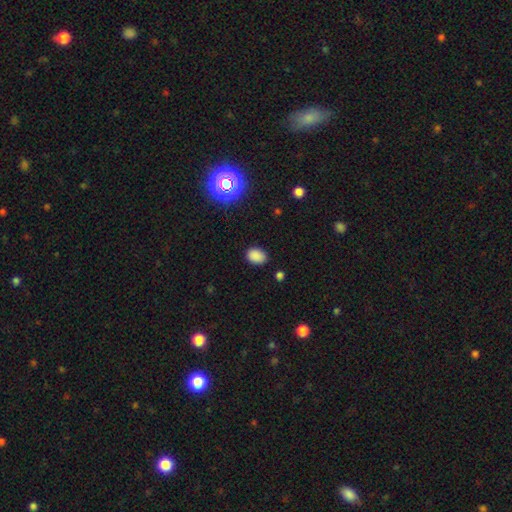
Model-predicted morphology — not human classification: A smooth galaxy with no disk features (85%) that is in between round and cigar-shaped (75%).

Vote fractions:
- Smooth or featured? smooth: 85% / star or artifact: 12% / featured or disk: 4%
- How rounded? in between: 75% / round: 24% / cigar-shaped: 1%
- Merging? none: 85% / minor disturbance: 11% / major disturbance: 3% / merger: 1%